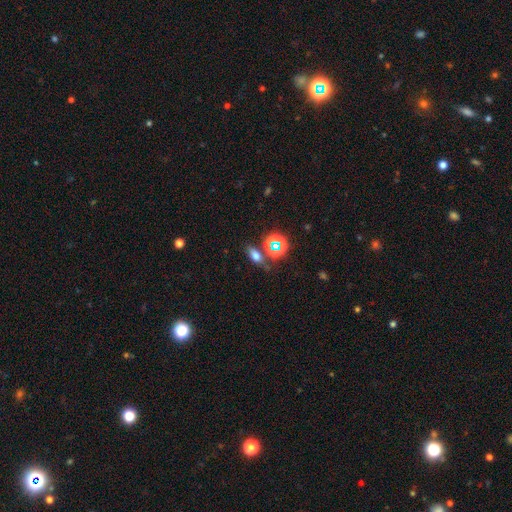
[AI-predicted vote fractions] The model was most divided on "smooth or featured": smooth: 58%, star or artifact: 26%, featured or disk: 16%. More confident: merging — none (71%); how rounded — in between (69%).